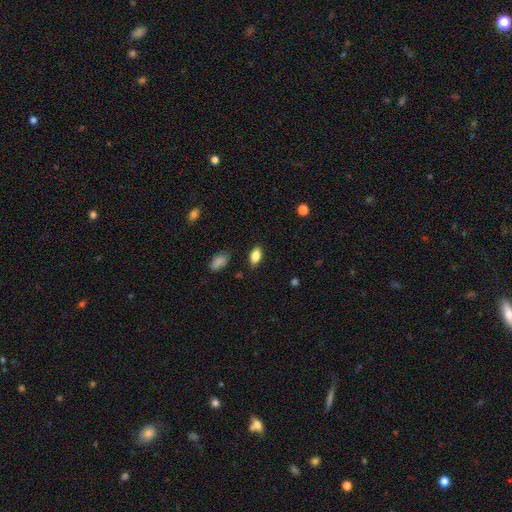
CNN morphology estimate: This appears to be a smooth galaxy with no disk features (83%) that is in between round and cigar-shaped (89%). Merging: none (85%).